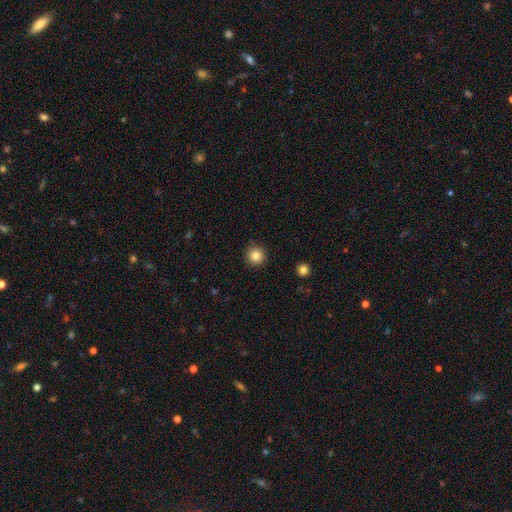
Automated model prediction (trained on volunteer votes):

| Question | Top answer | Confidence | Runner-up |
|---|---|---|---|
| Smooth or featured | smooth | 84% | star or artifact (11%) |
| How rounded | round | 95% | in between (4%) |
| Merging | none | 90% | minor disturbance (7%) |